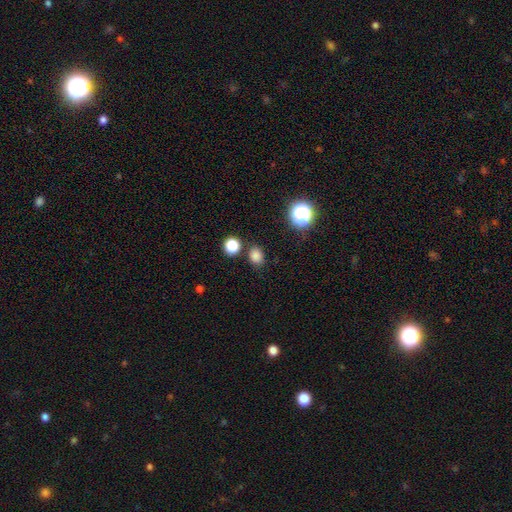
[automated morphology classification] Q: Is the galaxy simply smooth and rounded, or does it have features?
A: smooth — 80%.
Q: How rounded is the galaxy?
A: round — 50%.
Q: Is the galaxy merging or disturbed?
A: none — 82%.